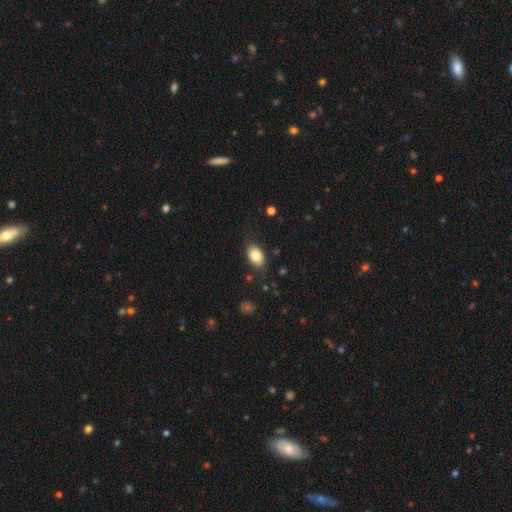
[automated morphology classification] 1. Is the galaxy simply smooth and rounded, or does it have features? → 82% smooth, 11% featured or disk, 7% star or artifact.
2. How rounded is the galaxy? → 87% in between, 11% round, 1% cigar-shaped.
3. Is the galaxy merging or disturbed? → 81% none, 14% minor disturbance, 4% major disturbance, 2% merger.